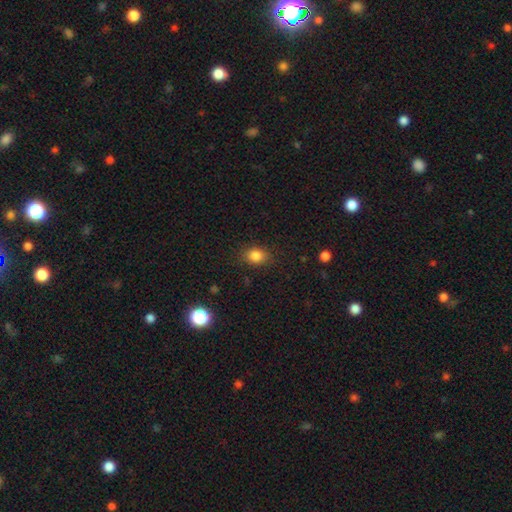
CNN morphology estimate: Smooth or featured: smooth — 84% (star or artifact — 11%)
How rounded: in between — 57% (round — 42%)
Merging: none — 83% (minor disturbance — 12%)